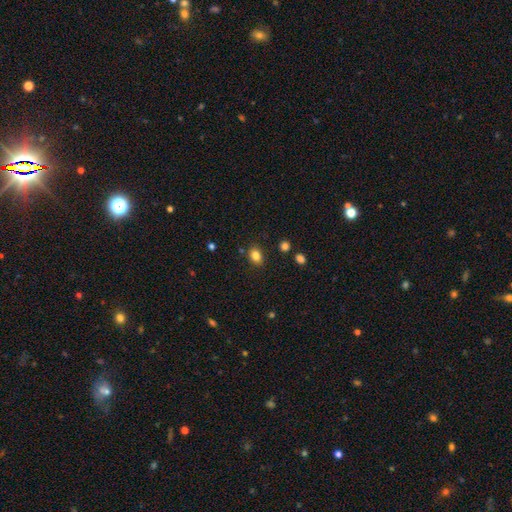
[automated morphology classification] smooth-or-featured: smooth: 83% | star or artifact: 12% | featured or disk: 5%
  how-rounded: in between: 58% | round: 41% | cigar-shaped: 1%
  merging: none: 82% | minor disturbance: 11% | merger: 4% | major disturbance: 3%